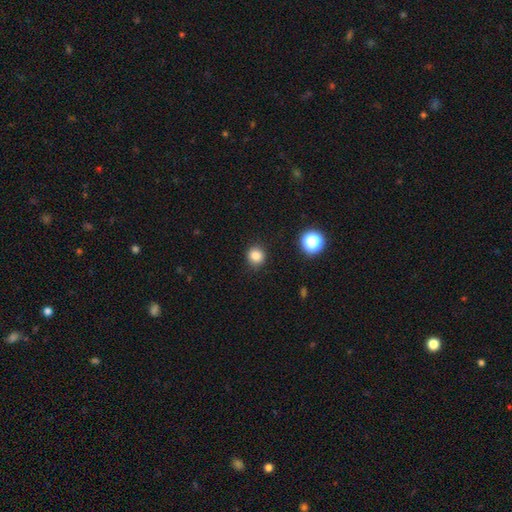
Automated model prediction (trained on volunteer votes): smooth 83%, star or artifact 13%, featured or disk 4%. Down the decision tree: how rounded — round (90%); merging — none (90%).